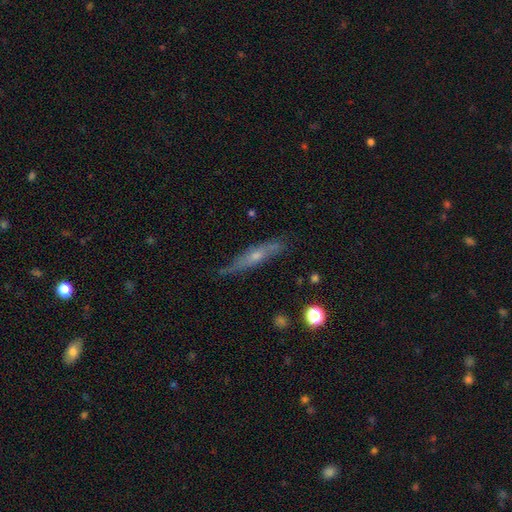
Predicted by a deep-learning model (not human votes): smooth_or_featured: featured or disk (p=0.60) [alt: smooth p=0.32]
disk_edge_on: yes (p=0.82) [alt: no p=0.18]
merging: none (p=0.72) [alt: minor disturbance p=0.21]